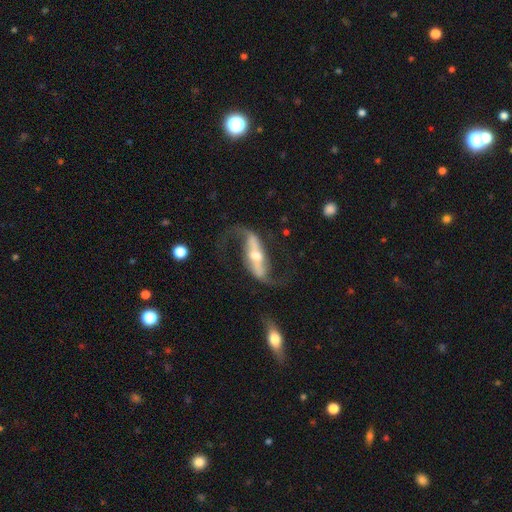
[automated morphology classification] Smooth or featured: featured or disk — 90% (smooth — 6%)
Edge-on disk: no — 90% (yes — 10%)
Bar: strong — 63% (weak — 23%)
Spiral arms: yes — 96% (no — 4%)
Spiral winding: loose — 76% (medium — 19%)
Spiral arm count: 2 — 93% (1 — 2%)
Bulge size: moderate — 56% (small — 34%)
Merging: none — 72% (major disturbance — 13%)